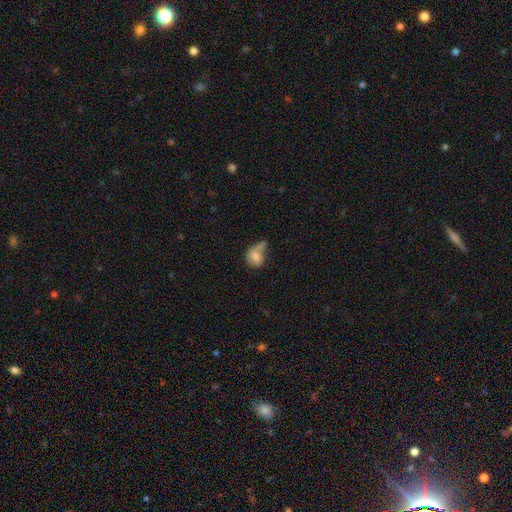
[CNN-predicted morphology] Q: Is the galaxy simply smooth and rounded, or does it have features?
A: smooth — 69%.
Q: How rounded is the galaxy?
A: in between — 60%.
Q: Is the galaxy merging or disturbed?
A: major disturbance — 27%.